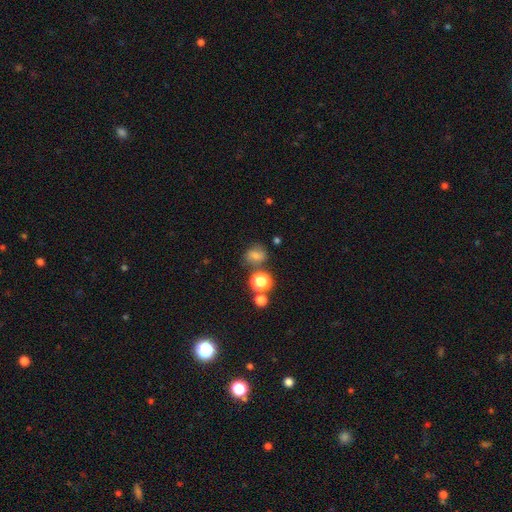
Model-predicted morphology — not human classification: Smooth or featured: smooth — 62% (featured or disk — 20%)
How rounded: round — 69% (in between — 30%)
Merging: none — 67% (minor disturbance — 17%)